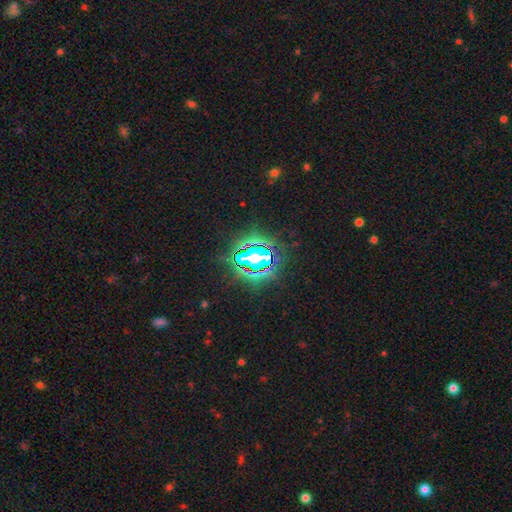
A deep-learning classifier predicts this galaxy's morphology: Q: Smooth or featured?
A: star or artifact (76%); runner-up: smooth (13%)